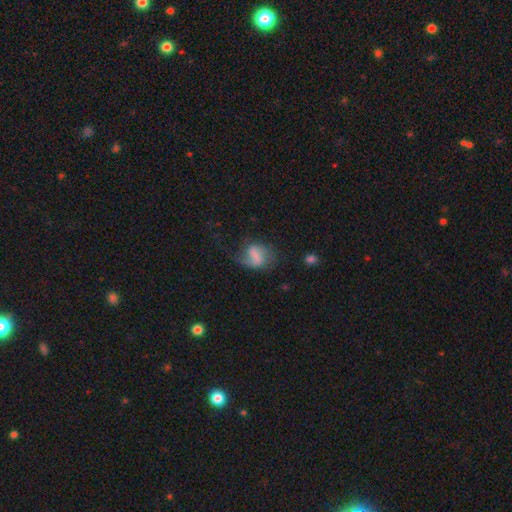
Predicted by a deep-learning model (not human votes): Smooth or featured? featured or disk (47%)
Merging? none (39%)